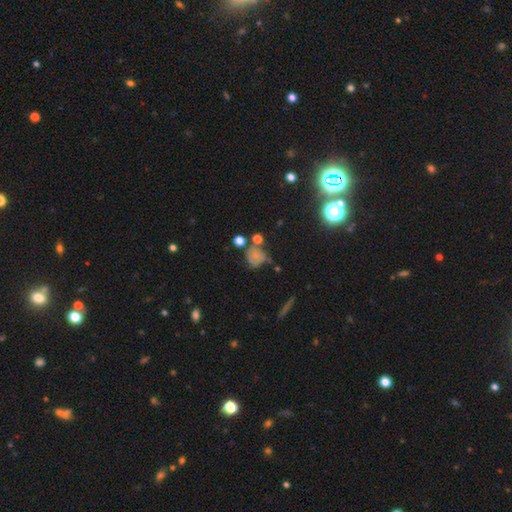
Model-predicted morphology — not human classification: smooth 58%, featured or disk 22%, star or artifact 19%. Down the decision tree: how rounded — round (72%); merging — none (44%).